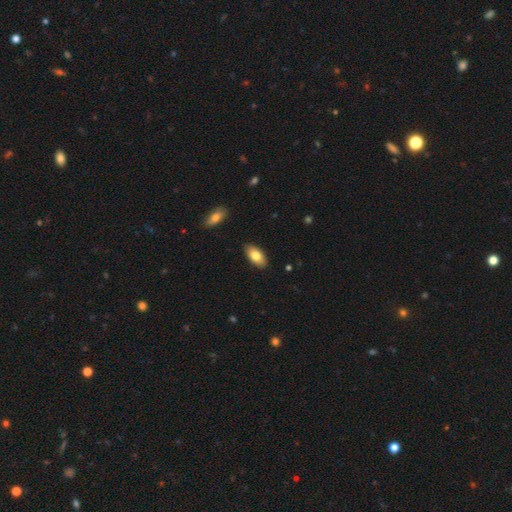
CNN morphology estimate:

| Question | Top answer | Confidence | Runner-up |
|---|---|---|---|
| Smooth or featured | smooth | 79% | featured or disk (14%) |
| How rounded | in between | 92% | cigar-shaped (5%) |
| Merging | none | 88% | minor disturbance (9%) |